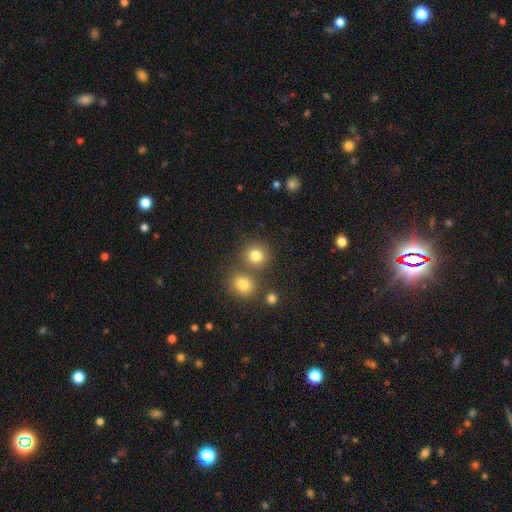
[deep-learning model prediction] Smooth or featured?
  - smooth: 81% *
  - star or artifact: 13%
  - featured or disk: 6%
How rounded?
  - round: 89% *
  - in between: 10%
  - cigar-shaped: 1%
Merging?
  - none: 69% *
  - merger: 20%
  - minor disturbance: 8%
  - major disturbance: 3%